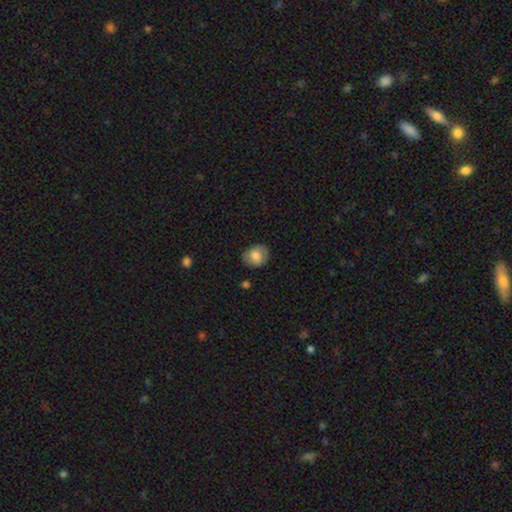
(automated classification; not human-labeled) Q: Smooth or featured?
A: smooth (74%); runner-up: featured or disk (18%)
Q: How rounded?
A: round (53%); runner-up: in between (47%)
Q: Merging?
A: none (79%); runner-up: minor disturbance (16%)